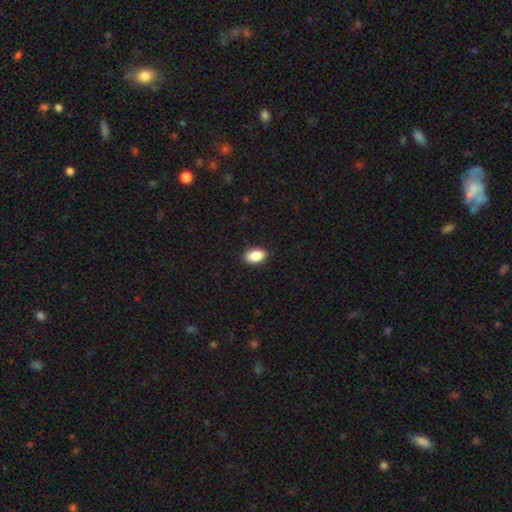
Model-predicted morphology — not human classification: type=smooth (89%); roundness=in between (88%); merging=none (89%).